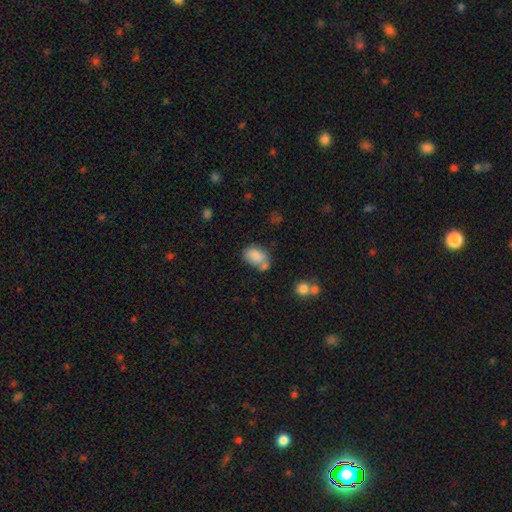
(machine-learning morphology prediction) This appears to be a smooth galaxy with no disk features (81%) that is in between round and cigar-shaped (83%). Merging: none (44%).